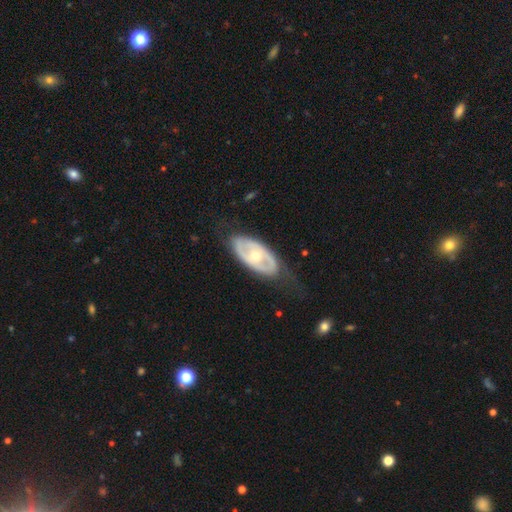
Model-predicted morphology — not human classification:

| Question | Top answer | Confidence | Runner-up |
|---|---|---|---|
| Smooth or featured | featured or disk | 70% | smooth (26%) |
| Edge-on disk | no | 90% | yes (10%) |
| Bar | no | 74% | weak (17%) |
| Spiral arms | no | 60% | yes (40%) |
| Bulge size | moderate | 60% | small (35%) |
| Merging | none | 69% | minor disturbance (20%) |